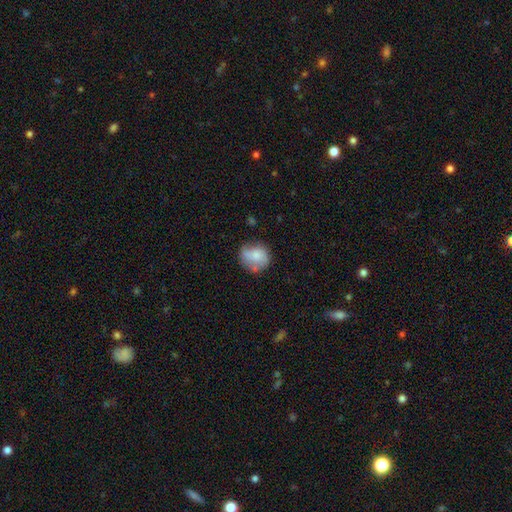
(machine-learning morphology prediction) A smooth galaxy with no disk features (58%) that is round (80%). Merging: none (58%).